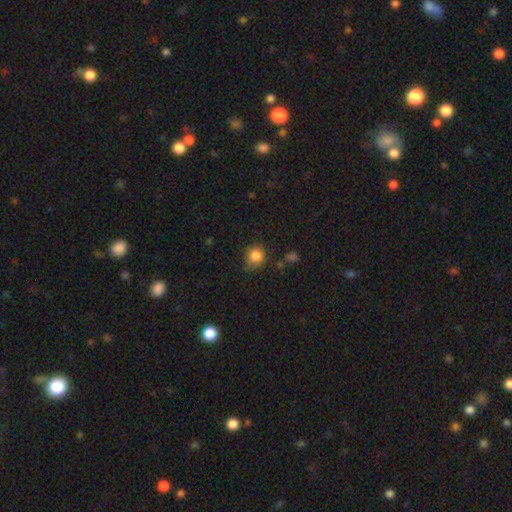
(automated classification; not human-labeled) Smooth or featured: smooth — 84% (star or artifact — 10%)
How rounded: round — 81% (in between — 18%)
Merging: none — 60% (minor disturbance — 29%)